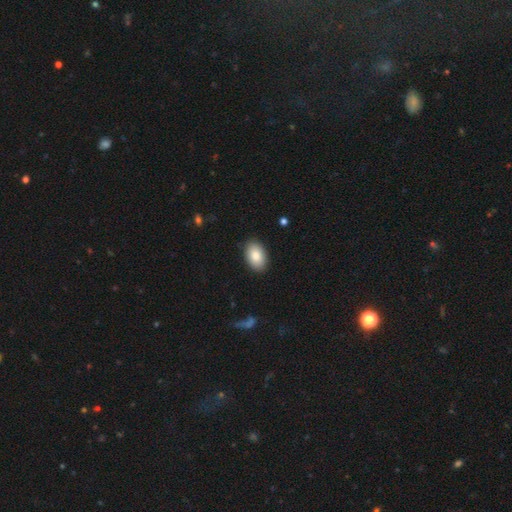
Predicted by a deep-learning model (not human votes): smooth-or-featured: smooth: 87% | featured or disk: 7% | star or artifact: 6%
  how-rounded: in between: 92% | round: 7% | cigar-shaped: 1%
  merging: none: 89% | minor disturbance: 8% | major disturbance: 2% | merger: 1%